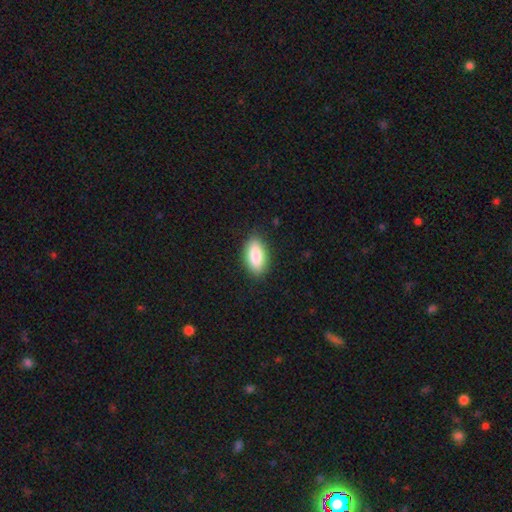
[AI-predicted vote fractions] Q: Smooth or featured?
A: smooth (85%); runner-up: featured or disk (9%)
Q: How rounded?
A: in between (90%); runner-up: cigar-shaped (6%)
Q: Merging?
A: none (88%); runner-up: minor disturbance (9%)